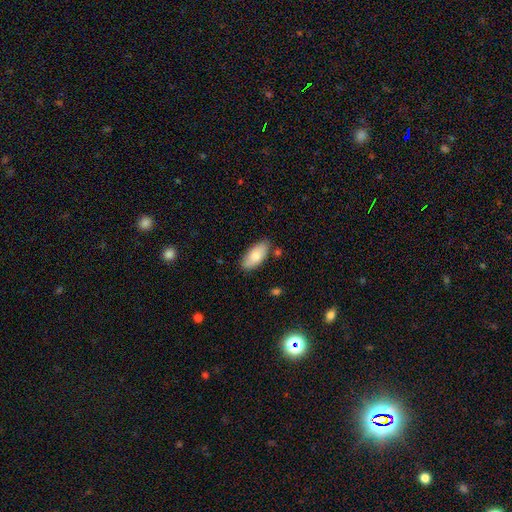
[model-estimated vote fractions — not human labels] A smooth galaxy with no disk features (79%) that is in between round and cigar-shaped (91%).

Vote fractions:
- Smooth or featured? smooth: 79% / featured or disk: 14% / star or artifact: 6%
- How rounded? in between: 91% / cigar-shaped: 7% / round: 2%
- Merging? none: 79% / minor disturbance: 15% / merger: 3% / major disturbance: 3%